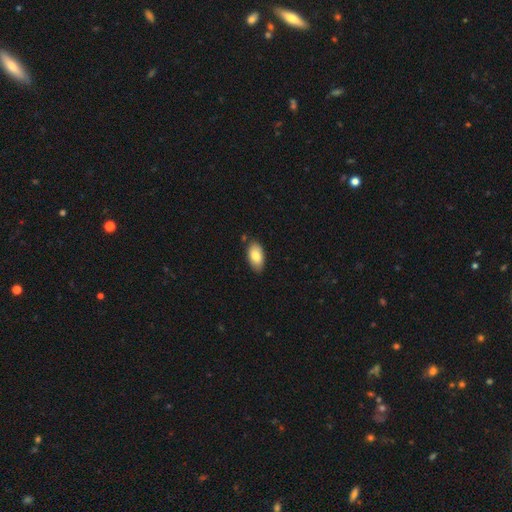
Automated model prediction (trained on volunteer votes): A smooth galaxy with no disk features (81%) that is in between round and cigar-shaped (93%). Merging: none (82%).